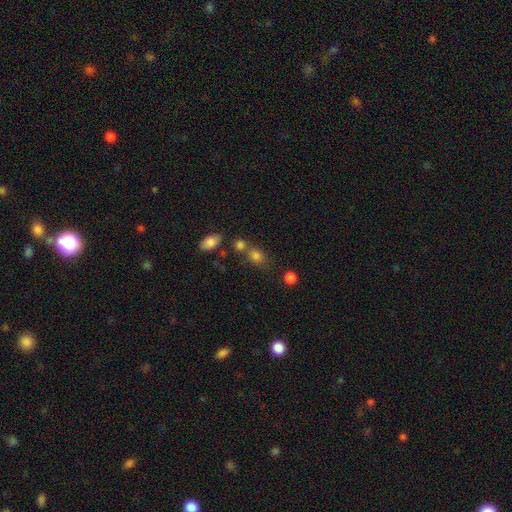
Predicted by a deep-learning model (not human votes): A smooth galaxy with no disk features (80%) that is in between round and cigar-shaped (50%). Merging: none (50%).